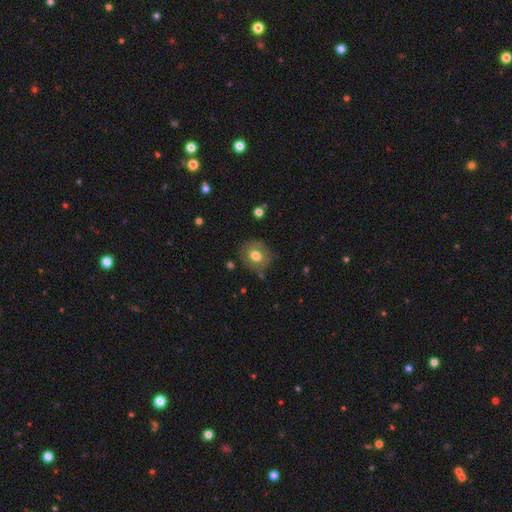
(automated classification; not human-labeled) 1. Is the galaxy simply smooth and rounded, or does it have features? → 68% smooth, 23% featured or disk, 9% star or artifact.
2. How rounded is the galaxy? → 74% round, 25% in between, 1% cigar-shaped.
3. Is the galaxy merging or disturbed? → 78% none, 15% minor disturbance, 5% major disturbance, 3% merger.